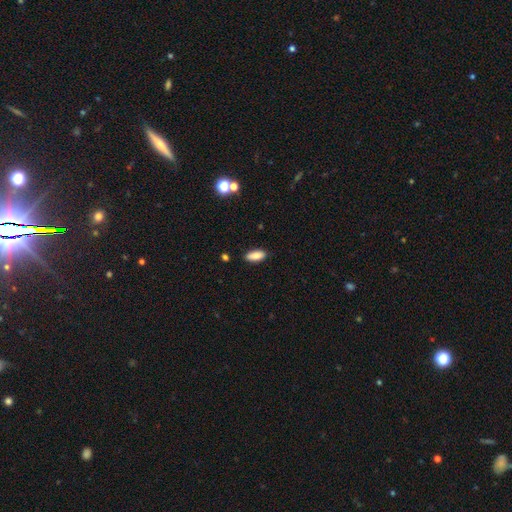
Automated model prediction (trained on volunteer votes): smooth-or-featured: smooth: 87% | star or artifact: 7% | featured or disk: 6%
  how-rounded: in between: 81% | cigar-shaped: 17% | round: 2%
  merging: none: 86% | minor disturbance: 10% | major disturbance: 2% | merger: 1%